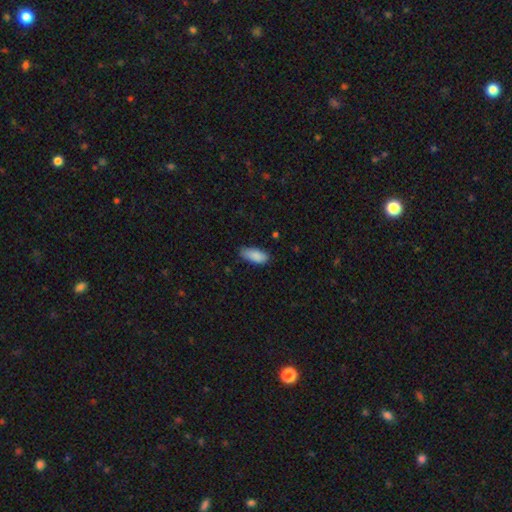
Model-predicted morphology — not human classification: This is clearly a smooth galaxy (88%). How rounded: clearly in between (84%). Merging: likely none (74%).